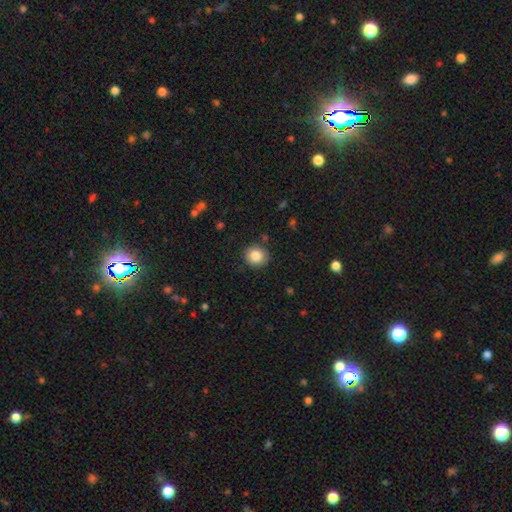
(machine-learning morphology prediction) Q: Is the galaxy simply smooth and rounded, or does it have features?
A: smooth — 85%.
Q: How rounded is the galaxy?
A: round — 85%.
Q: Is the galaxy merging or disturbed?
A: none — 88%.